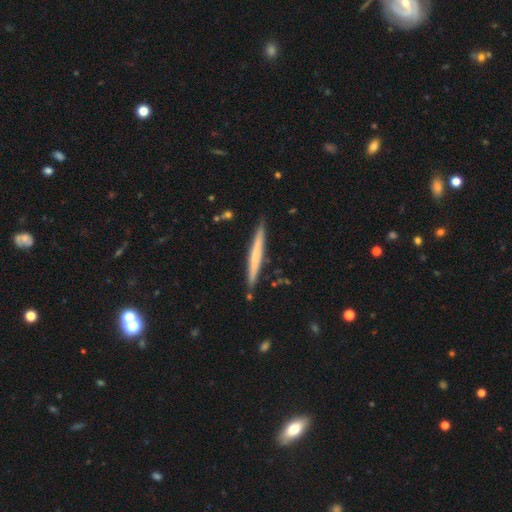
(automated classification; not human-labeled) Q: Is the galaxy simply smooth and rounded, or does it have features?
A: smooth — 52%.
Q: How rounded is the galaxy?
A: cigar-shaped — 97%.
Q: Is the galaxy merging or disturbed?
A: none — 89%.